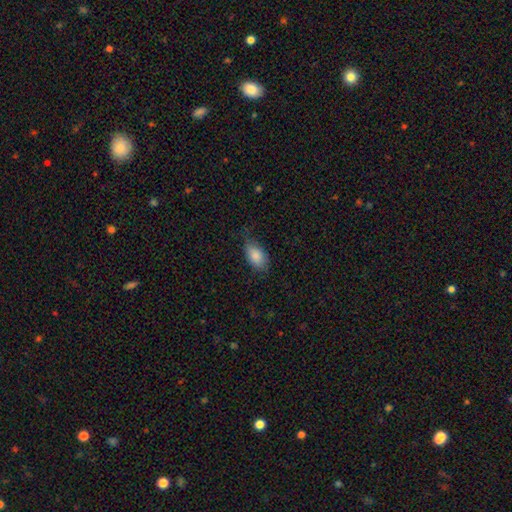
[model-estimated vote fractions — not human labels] This appears to be a smooth galaxy with no disk features (85%) that is in between round and cigar-shaped (93%). Merging: none (67%).